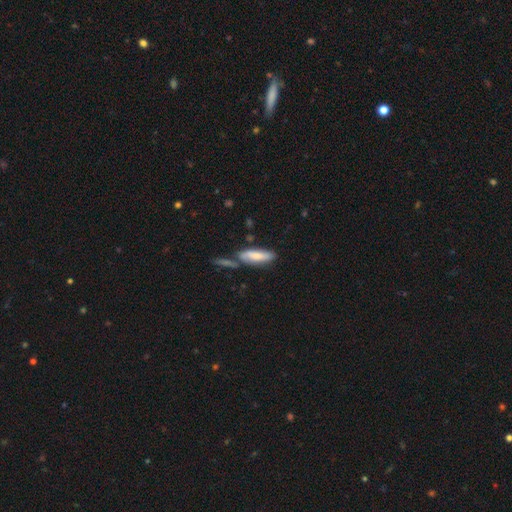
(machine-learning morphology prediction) This is likely a smooth galaxy (71%). How rounded: possibly cigar-shaped (52%). Merging: possibly none (51%).